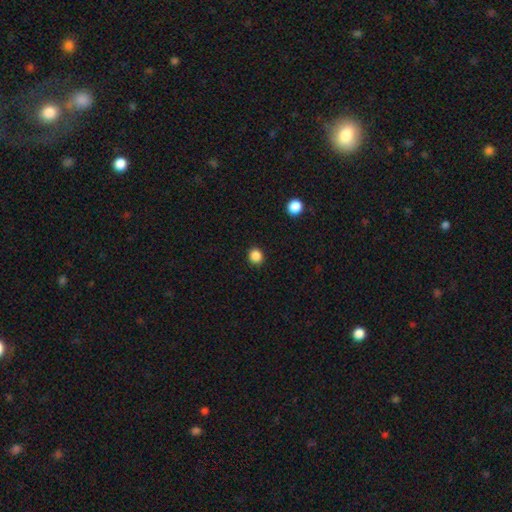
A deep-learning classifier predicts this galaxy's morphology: Overall: smooth (87%). How rounded: round (87%). Merging: none (92%).